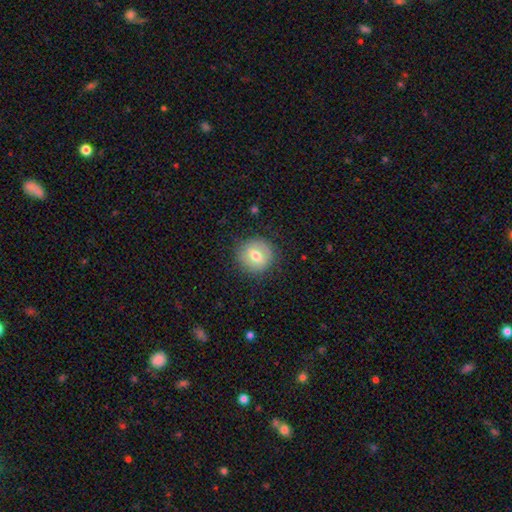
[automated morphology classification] smooth-or-featured: smooth: 66% | featured or disk: 25% | star or artifact: 9%
  how-rounded: round: 89% | in between: 10% | cigar-shaped: 1%
  merging: none: 86% | minor disturbance: 10% | major disturbance: 3% | merger: 1%